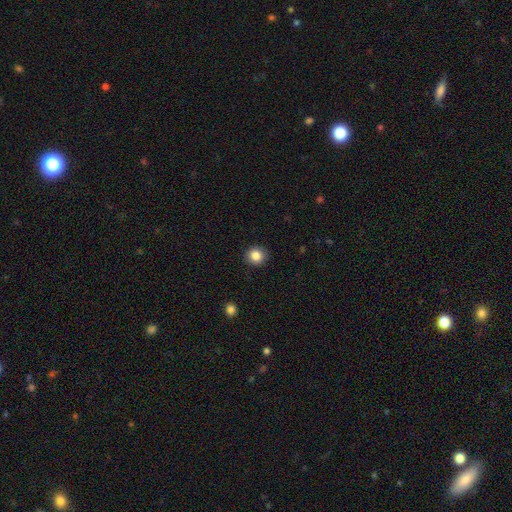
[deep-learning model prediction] Smooth or featured? smooth (85%)
How rounded? round (90%)
Merging? none (92%)